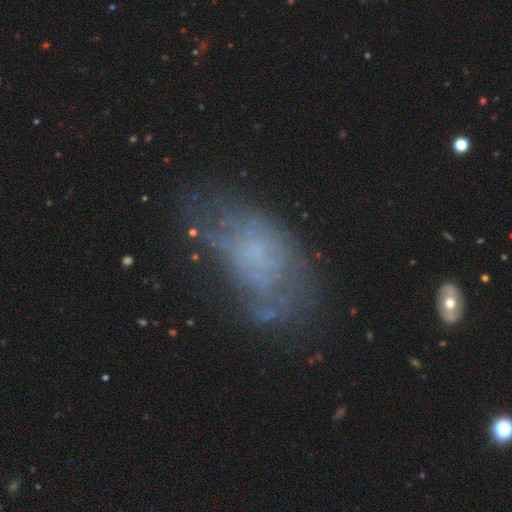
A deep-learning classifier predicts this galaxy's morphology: Smooth or featured? featured or disk (48%)
Merging? none (48%)